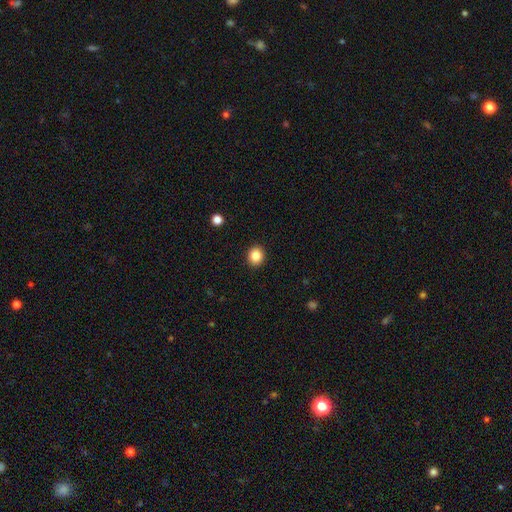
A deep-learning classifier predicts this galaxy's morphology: type=smooth (85%); roundness=round (75%); merging=none (92%).